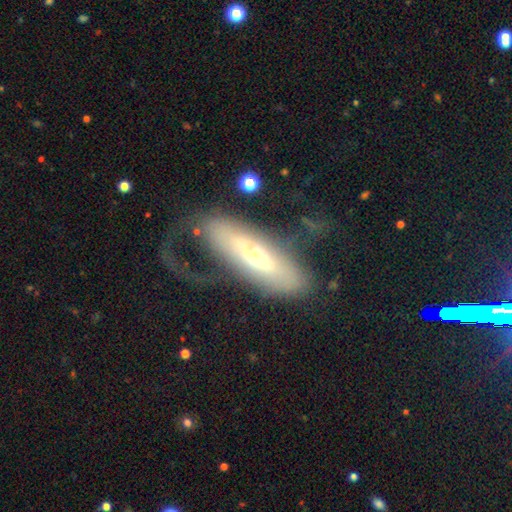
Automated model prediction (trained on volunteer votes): This appears to be a featured or disk galaxy (55%). Merging: major disturbance (46%).